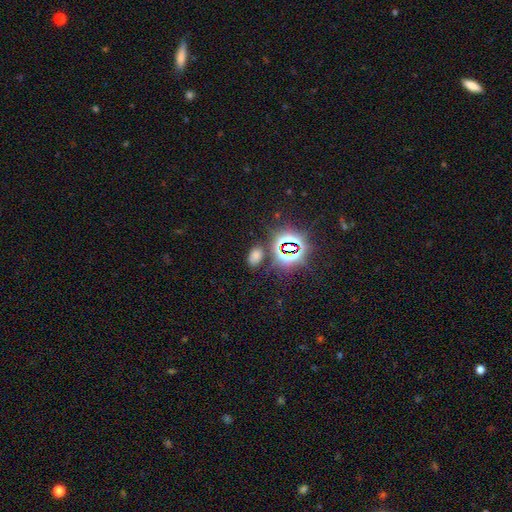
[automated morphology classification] smooth 55%, star or artifact 38%, featured or disk 7%. Down the decision tree: how rounded — in between (88%); merging — none (78%).